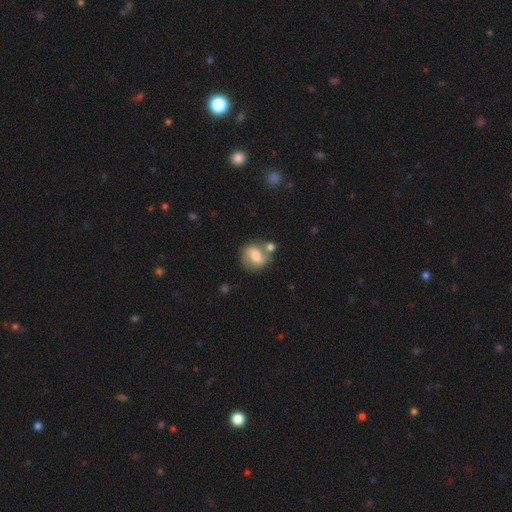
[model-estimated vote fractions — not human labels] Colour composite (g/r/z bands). It shows a smooth galaxy with no disk features (63%) that is round (65%). Merging: none (56%).